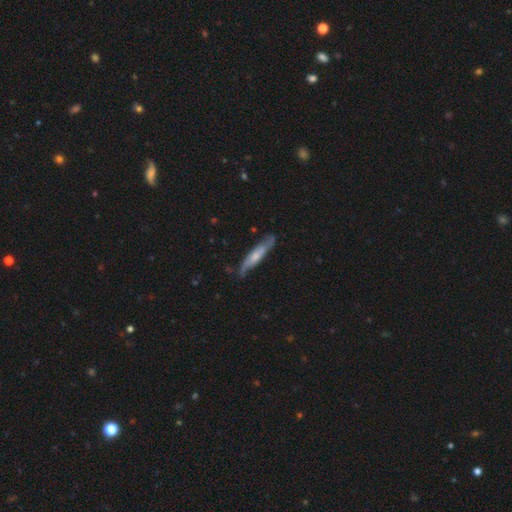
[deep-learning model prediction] A featured or disk galaxy (54%) viewed edge-on (58%). Merging: none (71%).